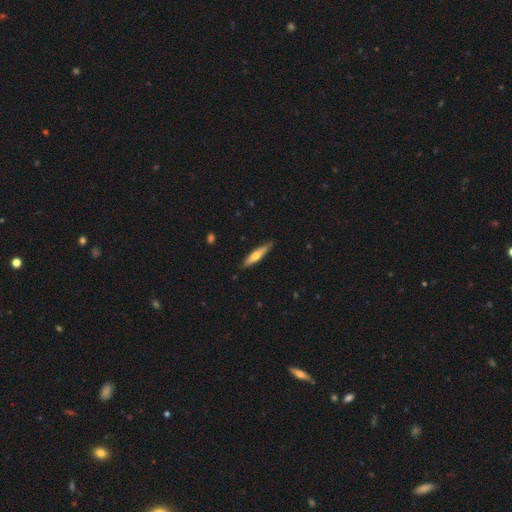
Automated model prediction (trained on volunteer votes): Smooth or featured? Predicted: smooth (p=0.57). How rounded? Predicted: cigar-shaped (p=0.84). Merging? Predicted: none (p=0.86).